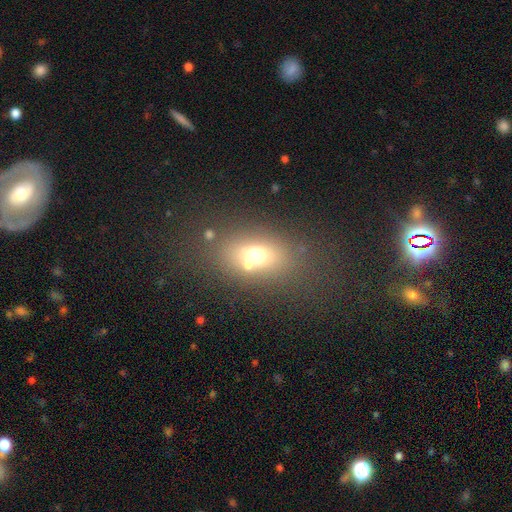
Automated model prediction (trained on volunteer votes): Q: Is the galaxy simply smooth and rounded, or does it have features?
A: smooth — 63%.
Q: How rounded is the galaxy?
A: in between — 66%.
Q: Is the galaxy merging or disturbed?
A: none — 59%.